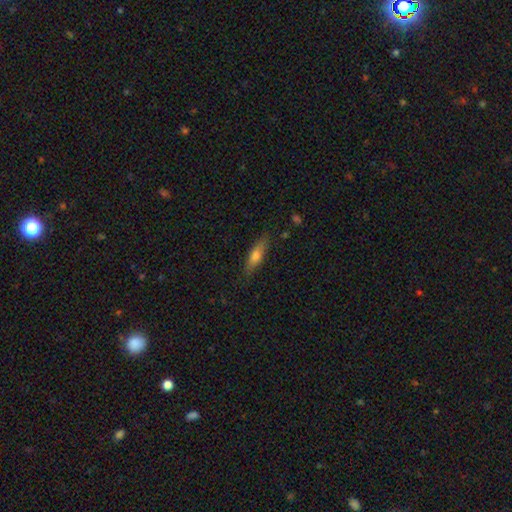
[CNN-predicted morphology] type=smooth (61%); roundness=cigar-shaped (64%); merging=none (84%).